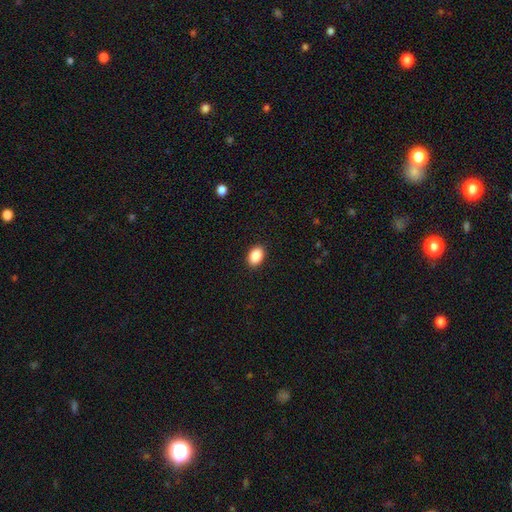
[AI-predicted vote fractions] smooth_or_featured: smooth (p=0.89) [alt: star or artifact p=0.07]
how_rounded: in between (p=0.86) [alt: round p=0.13]
merging: none (p=0.90) [alt: minor disturbance p=0.07]